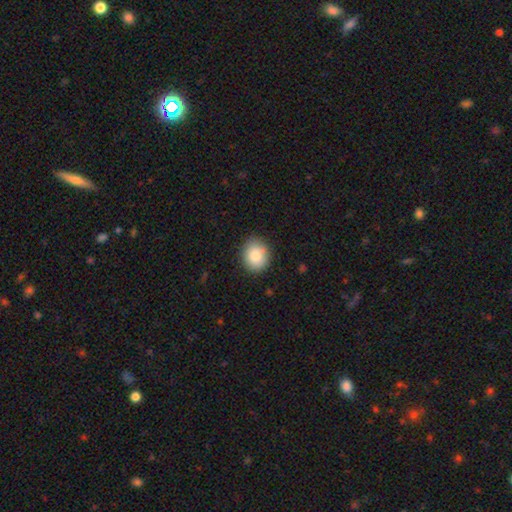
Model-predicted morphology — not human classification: This is clearly a smooth galaxy (84%). How rounded: likely round (69%). Merging: clearly none (84%).